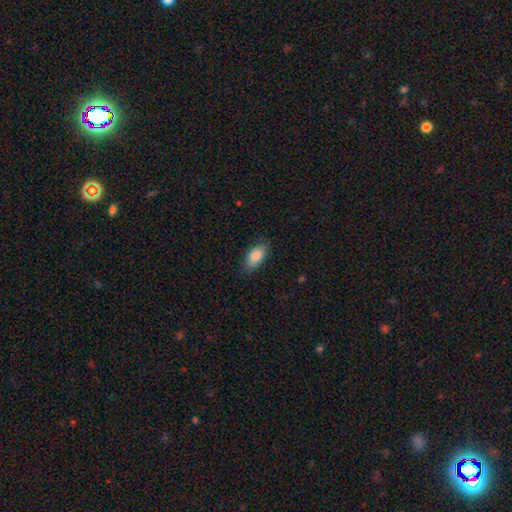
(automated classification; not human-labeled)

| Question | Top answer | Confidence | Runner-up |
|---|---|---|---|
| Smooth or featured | smooth | 83% | featured or disk (10%) |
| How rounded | in between | 91% | cigar-shaped (6%) |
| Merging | none | 80% | minor disturbance (16%) |